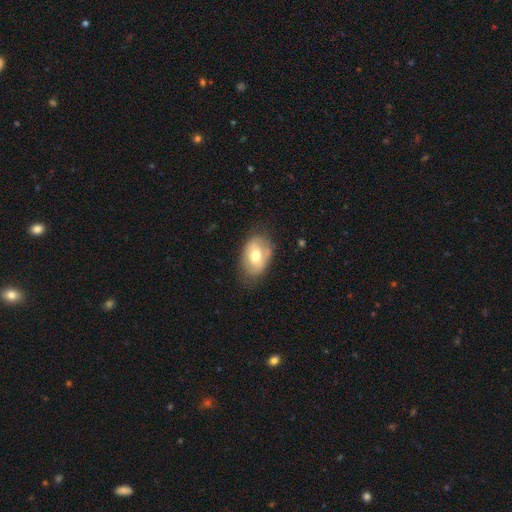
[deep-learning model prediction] Smooth or featured?
  - smooth: 55% *
  - featured or disk: 38%
  - star or artifact: 7%
How rounded?
  - in between: 84% *
  - round: 15%
  - cigar-shaped: 1%
Merging?
  - none: 69% *
  - minor disturbance: 22%
  - major disturbance: 7%
  - merger: 2%